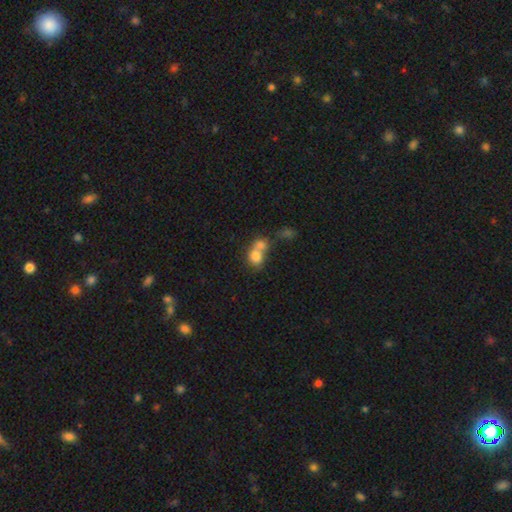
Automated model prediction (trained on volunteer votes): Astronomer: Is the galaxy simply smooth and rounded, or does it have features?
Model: smooth — 76%.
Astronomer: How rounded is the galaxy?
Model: round — 55% (runner-up: in between, 44%).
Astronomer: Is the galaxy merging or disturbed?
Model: merger — 68%.